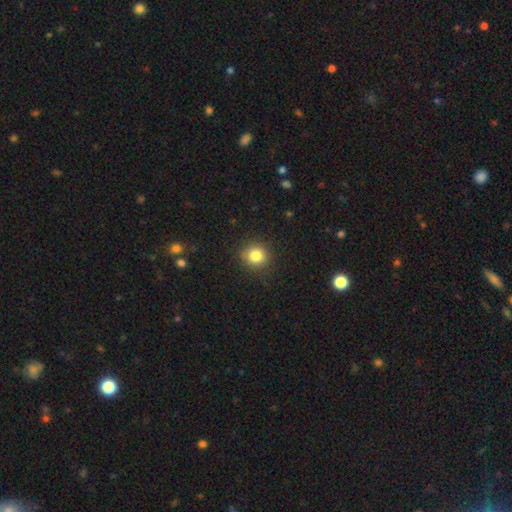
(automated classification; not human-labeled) The model was most divided on "smooth or featured": smooth: 82%, star or artifact: 12%, featured or disk: 6%. More confident: how rounded — round (89%); merging — none (88%).